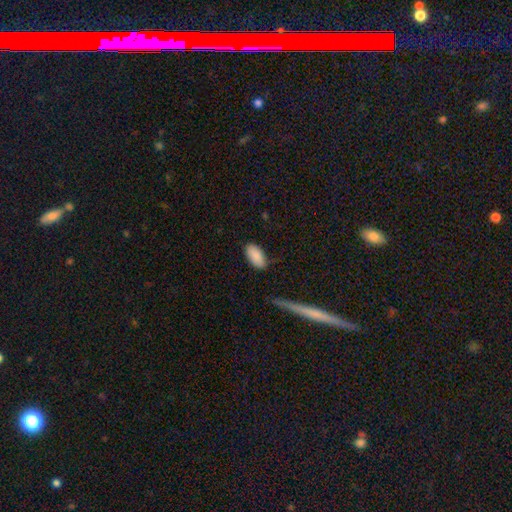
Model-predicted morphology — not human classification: smooth 88%, star or artifact 7%, featured or disk 5%. Down the decision tree: how rounded — in between (95%); merging — none (75%).